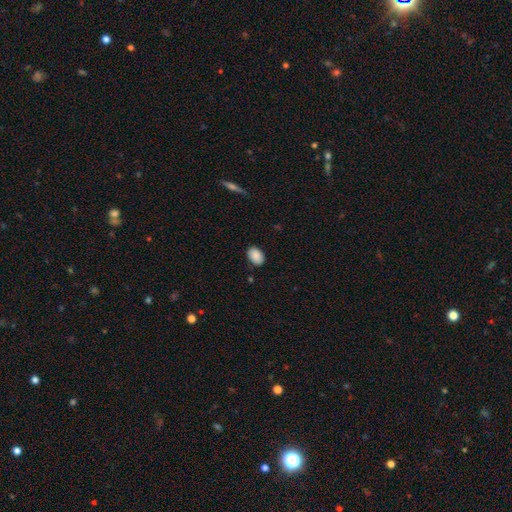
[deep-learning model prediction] Smooth or featured? smooth (89%)
How rounded? in between (83%)
Merging? none (85%)